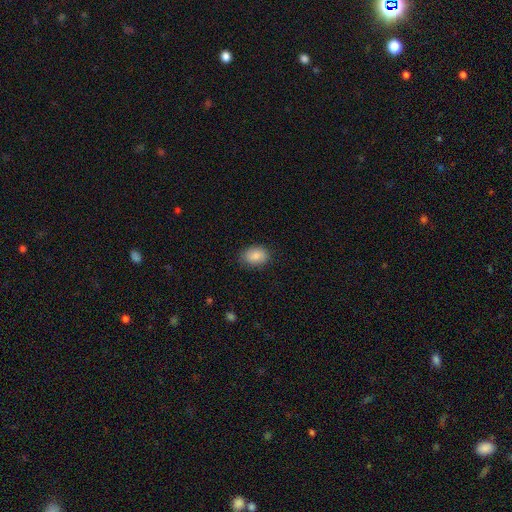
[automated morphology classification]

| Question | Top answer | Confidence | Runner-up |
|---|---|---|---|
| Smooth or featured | smooth | 87% | star or artifact (7%) |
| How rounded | in between | 77% | round (22%) |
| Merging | none | 83% | minor disturbance (13%) |